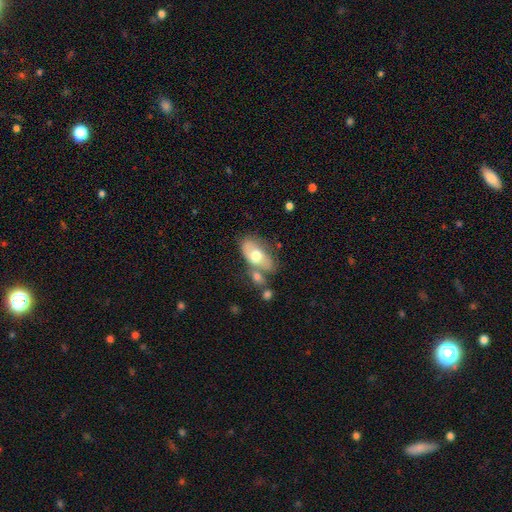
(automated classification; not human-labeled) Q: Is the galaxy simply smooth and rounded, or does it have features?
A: smooth — 54%.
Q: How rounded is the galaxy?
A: in between — 90%.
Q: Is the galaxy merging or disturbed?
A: none — 47%.